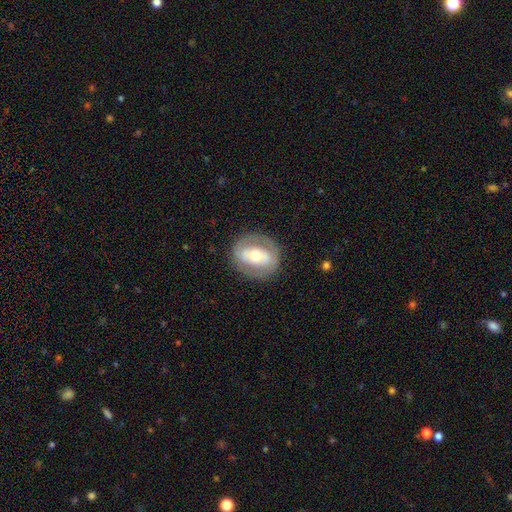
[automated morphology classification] This is likely a featured or disk galaxy (64%). It is clearly not viewed edge-on (94%). Bar: marginally no (37%). Spiral arm pattern: possibly no (56%). Central bulge: likely moderate (68%). Merging: clearly none (82%).